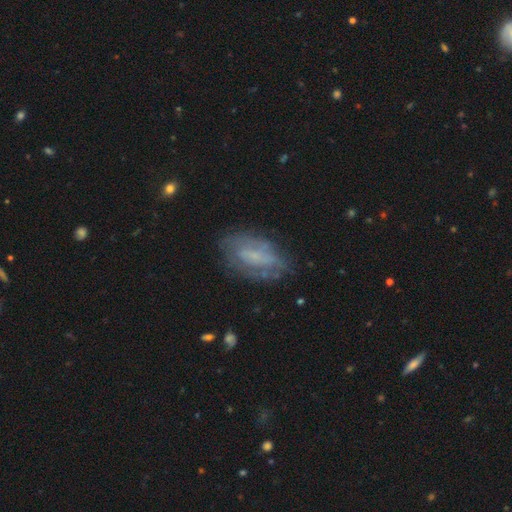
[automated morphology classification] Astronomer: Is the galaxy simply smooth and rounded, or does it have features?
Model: featured or disk — 57% (runner-up: smooth, 33%).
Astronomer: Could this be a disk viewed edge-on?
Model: no — 92%.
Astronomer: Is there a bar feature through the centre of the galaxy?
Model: no — 48% (runner-up: weak, 39%).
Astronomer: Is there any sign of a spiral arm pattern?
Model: yes — 62% (runner-up: no, 38%).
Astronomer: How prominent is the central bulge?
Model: small — 42% (runner-up: none, 37%).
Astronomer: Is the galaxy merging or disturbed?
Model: none — 66%.